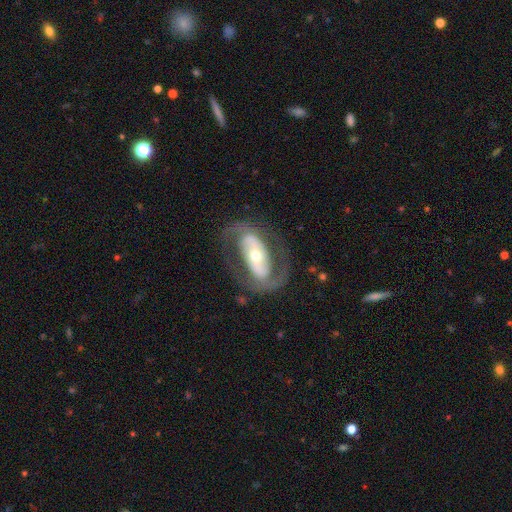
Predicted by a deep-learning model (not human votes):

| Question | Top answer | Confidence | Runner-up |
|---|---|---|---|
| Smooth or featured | featured or disk | 83% | smooth (12%) |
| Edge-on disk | no | 94% | yes (6%) |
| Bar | strong | 43% | no (33%) |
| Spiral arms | yes | 80% | no (20%) |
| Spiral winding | medium | 48% | tight (29%) |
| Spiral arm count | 2 | 86% | can't tell (7%) |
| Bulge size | moderate | 48% | small (45%) |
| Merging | none | 73% | minor disturbance (13%) |